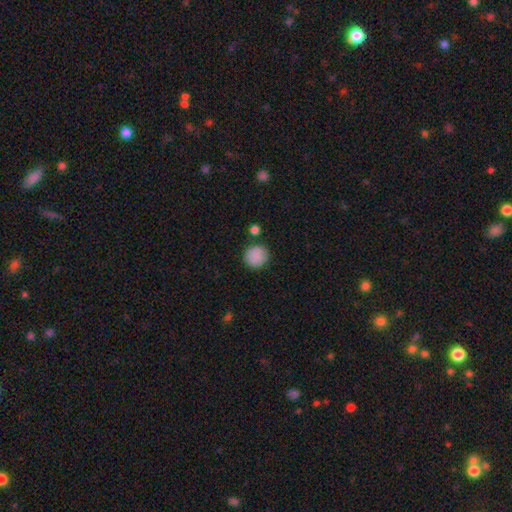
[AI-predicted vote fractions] Smooth or featured: smooth — 88% (star or artifact — 9%)
How rounded: round — 92% (in between — 7%)
Merging: none — 83% (minor disturbance — 10%)